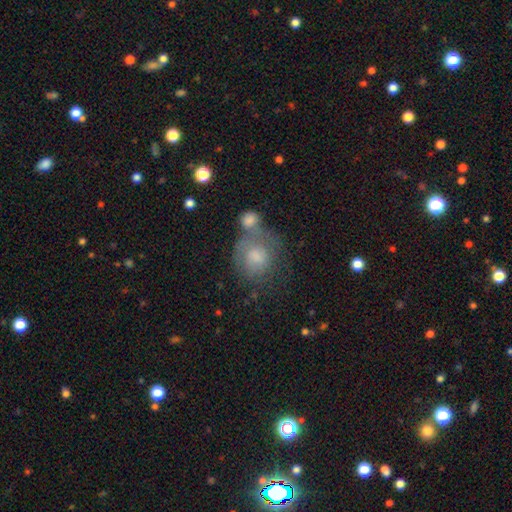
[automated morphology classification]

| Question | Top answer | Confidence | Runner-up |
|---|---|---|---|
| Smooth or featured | smooth | 60% | featured or disk (30%) |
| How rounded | round | 74% | in between (25%) |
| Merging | none | 36% | merger (30%) |